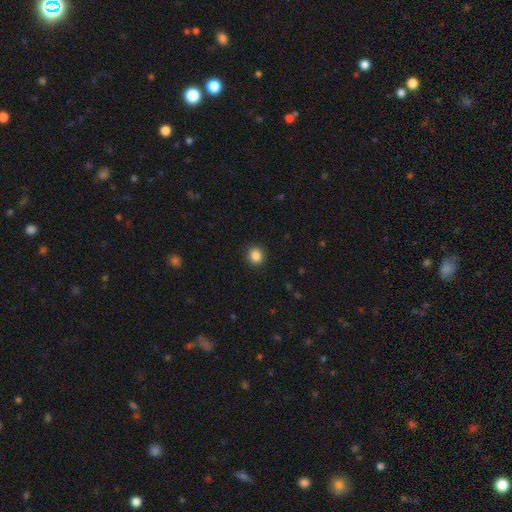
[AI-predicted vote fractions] smooth-or-featured: smooth: 86% | star or artifact: 10% | featured or disk: 4%
  how-rounded: round: 84% | in between: 15% | cigar-shaped: 1%
  merging: none: 92% | minor disturbance: 6% | major disturbance: 2% | merger: 1%